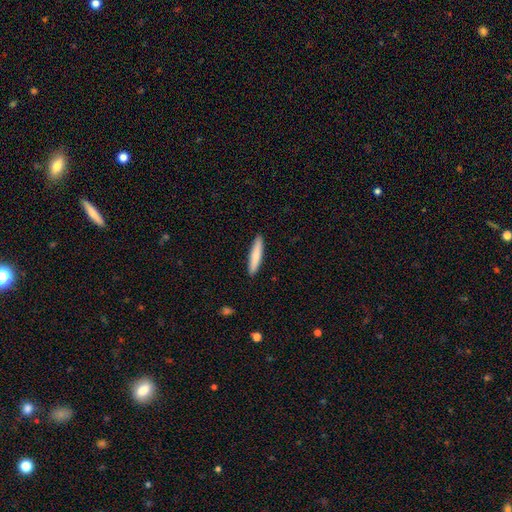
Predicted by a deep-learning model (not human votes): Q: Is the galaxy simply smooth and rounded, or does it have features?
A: smooth — 81%.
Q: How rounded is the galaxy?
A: cigar-shaped — 90%.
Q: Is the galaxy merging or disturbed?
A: none — 91%.